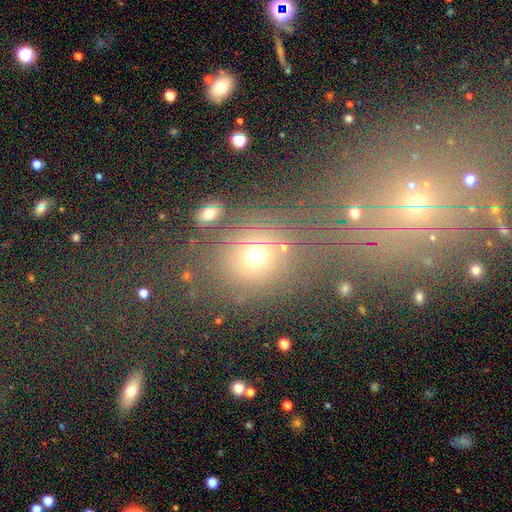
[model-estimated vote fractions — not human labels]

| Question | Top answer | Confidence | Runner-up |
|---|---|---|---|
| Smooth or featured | smooth | 63% | star or artifact (22%) |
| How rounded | round | 66% | in between (32%) |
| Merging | none | 61% | merger (18%) |